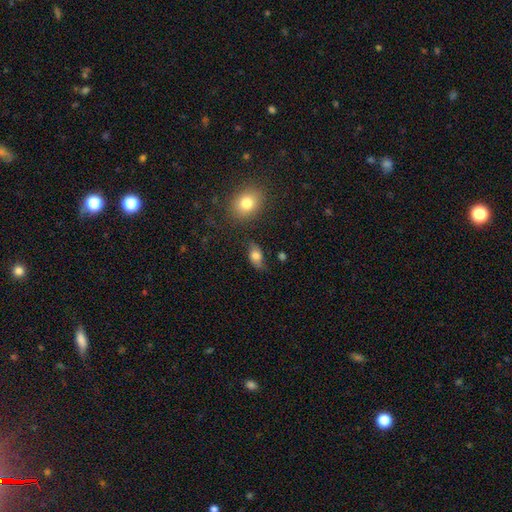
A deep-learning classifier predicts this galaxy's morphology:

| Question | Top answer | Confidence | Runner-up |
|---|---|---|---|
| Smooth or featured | smooth | 63% | featured or disk (26%) |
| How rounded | in between | 82% | round (13%) |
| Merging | none | 67% | minor disturbance (22%) |